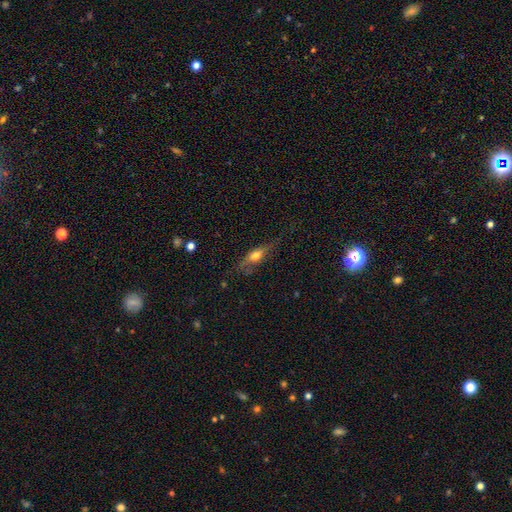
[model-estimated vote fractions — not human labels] A smooth galaxy with no disk features (52%) that is in between round and cigar-shaped (48%). Merging: none (61%).